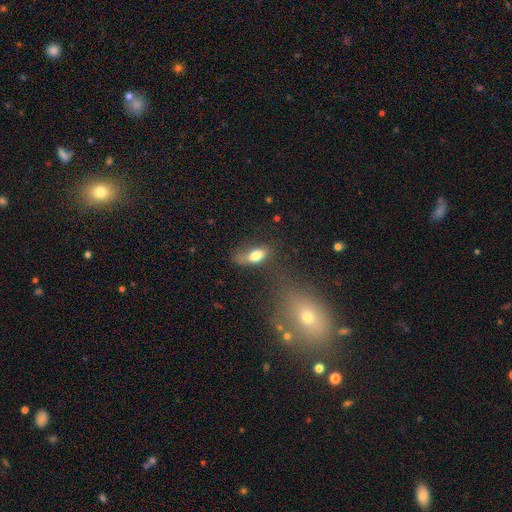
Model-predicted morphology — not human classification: smooth_or_featured: smooth (p=0.76) [alt: featured or disk p=0.16]
how_rounded: in between (p=0.82) [alt: cigar-shaped p=0.13]
merging: none (p=0.47) [alt: minor disturbance p=0.27]